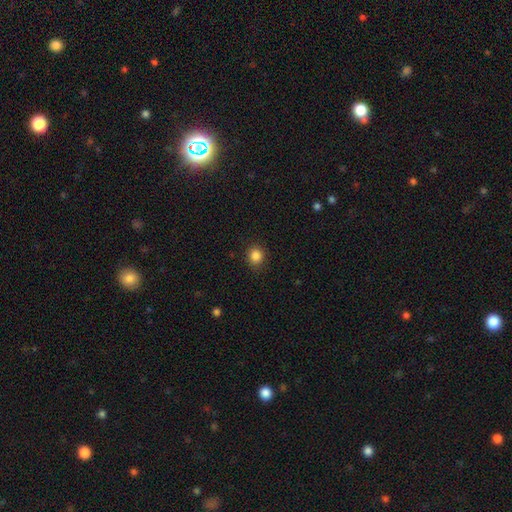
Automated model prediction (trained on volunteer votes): This appears to be a smooth galaxy with no disk features (85%) that is round (84%). Merging: none (89%).